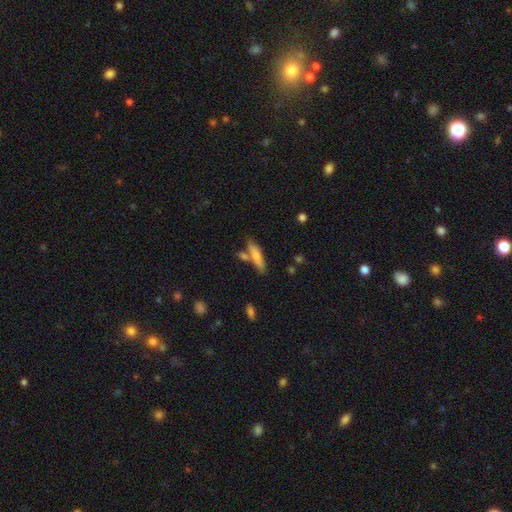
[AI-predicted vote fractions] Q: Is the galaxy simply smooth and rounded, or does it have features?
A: smooth — 63%.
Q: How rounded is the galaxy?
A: cigar-shaped — 75%.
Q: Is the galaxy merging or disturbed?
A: none — 65%.